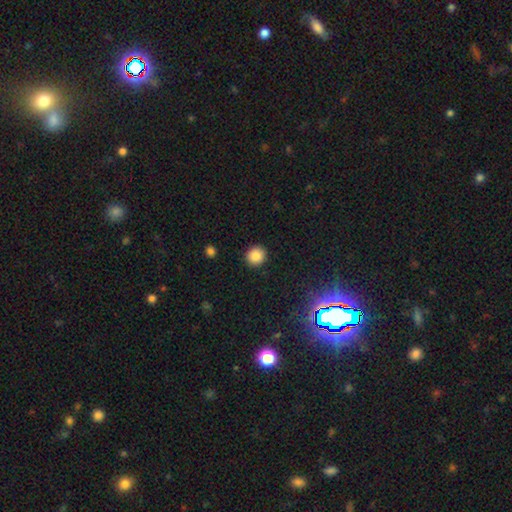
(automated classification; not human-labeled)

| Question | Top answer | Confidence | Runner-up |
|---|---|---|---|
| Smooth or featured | smooth | 85% | star or artifact (11%) |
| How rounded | round | 91% | in between (8%) |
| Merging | none | 92% | minor disturbance (5%) |